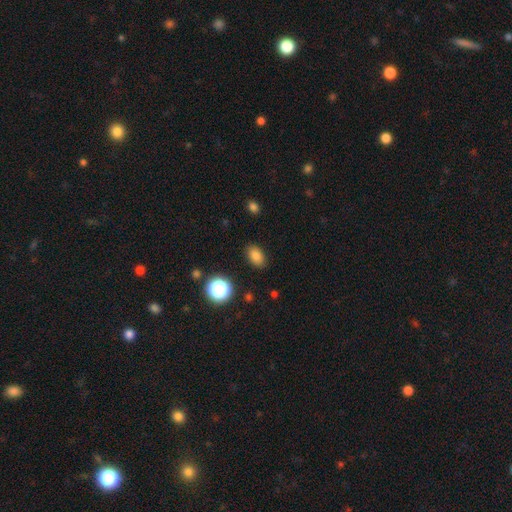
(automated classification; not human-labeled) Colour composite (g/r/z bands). It shows a smooth galaxy with no disk features (81%) that is in between round and cigar-shaped (84%). Merging: none (87%).